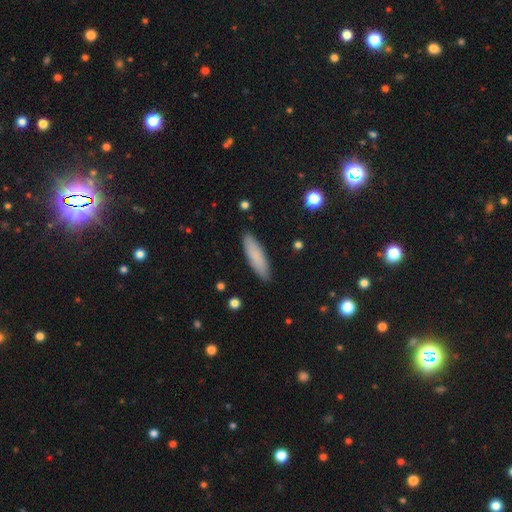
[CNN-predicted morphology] Smooth or featured? Predicted: smooth (p=0.83). How rounded? Predicted: cigar-shaped (p=0.62). Merging? Predicted: none (p=0.89).